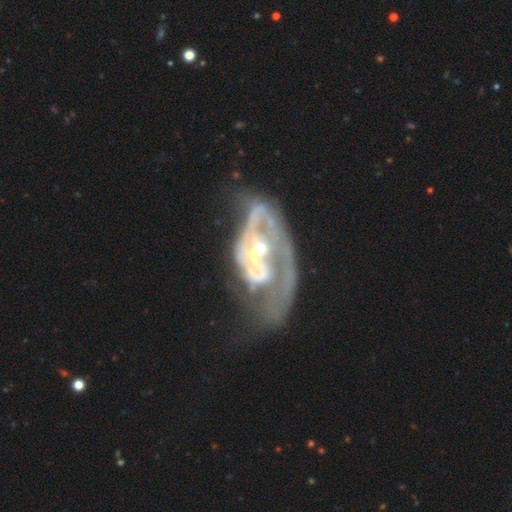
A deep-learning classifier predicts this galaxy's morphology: This appears to be a featured or disk galaxy (83%) with no bar (55%), 1 (38%) tight (40%) spiral arms (75%) and a moderate central bulge (50%). Merging: major disturbance (49%).